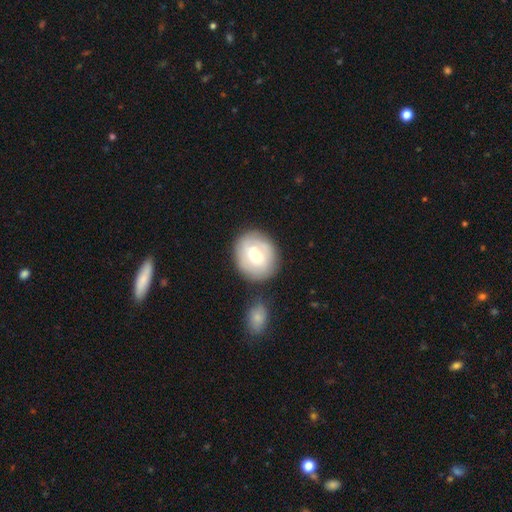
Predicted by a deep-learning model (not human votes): A smooth galaxy with no disk features (48%).

Vote fractions:
- Smooth or featured? smooth: 48% / featured or disk: 46% / star or artifact: 7%
- Merging? none: 75% / minor disturbance: 13% / merger: 8% / major disturbance: 4%